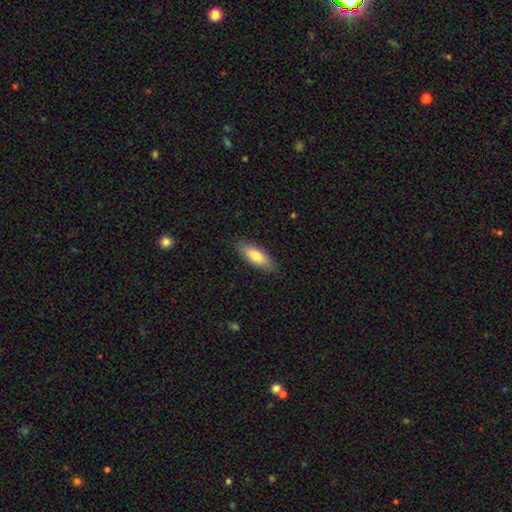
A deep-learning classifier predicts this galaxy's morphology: Q: Smooth or featured?
A: smooth (81%); runner-up: featured or disk (14%)
Q: How rounded?
A: in between (68%); runner-up: cigar-shaped (31%)
Q: Merging?
A: none (85%); runner-up: minor disturbance (12%)